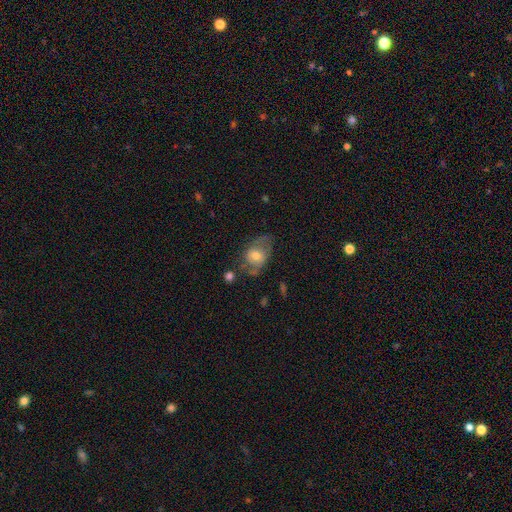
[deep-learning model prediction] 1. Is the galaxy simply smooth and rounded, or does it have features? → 57% smooth, 35% featured or disk, 8% star or artifact.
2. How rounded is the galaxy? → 70% in between, 29% round, 1% cigar-shaped.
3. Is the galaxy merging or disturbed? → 44% none, 29% minor disturbance, 22% major disturbance, 5% merger.